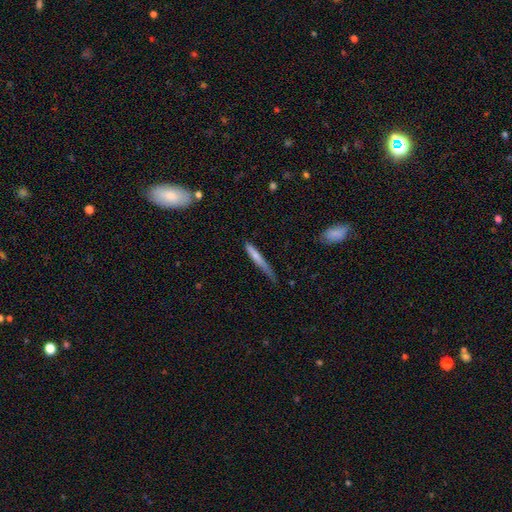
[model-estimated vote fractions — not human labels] Morphology: type=smooth (67%); roundness=cigar-shaped (93%); merging=none (47%).